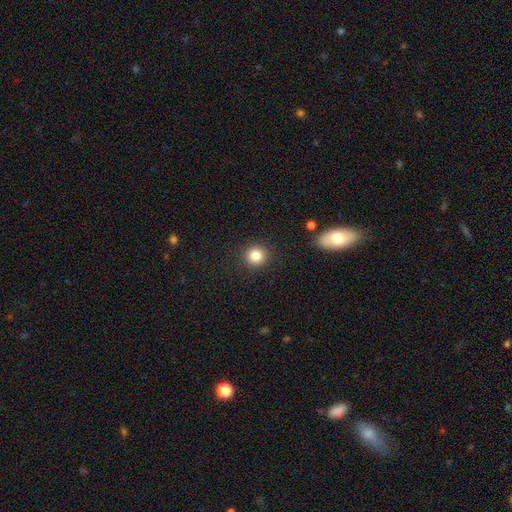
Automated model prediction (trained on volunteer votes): smooth-or-featured: smooth: 84% | star or artifact: 11% | featured or disk: 5%
  how-rounded: round: 92% | in between: 7% | cigar-shaped: 1%
  merging: none: 90% | minor disturbance: 6% | major disturbance: 2% | merger: 1%